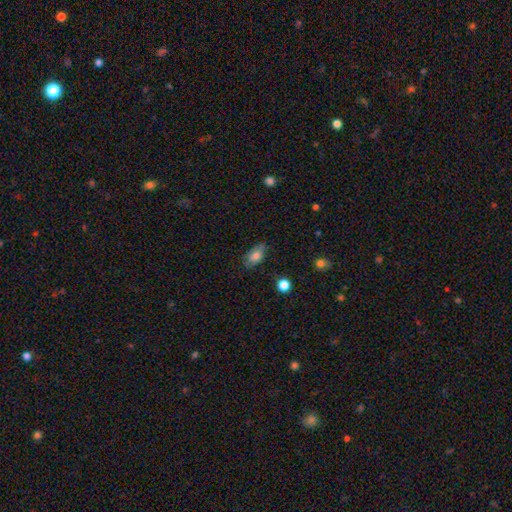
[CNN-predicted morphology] smooth_or_featured: smooth (p=0.73) [alt: featured or disk p=0.18]
how_rounded: in between (p=0.89) [alt: round p=0.07]
merging: none (p=0.68) [alt: minor disturbance p=0.25]